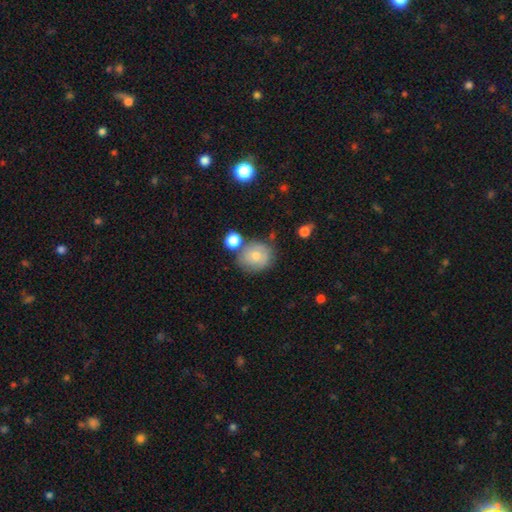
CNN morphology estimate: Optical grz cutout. It shows a smooth galaxy with no disk features (66%) that is round (82%). Merging: none (61%).